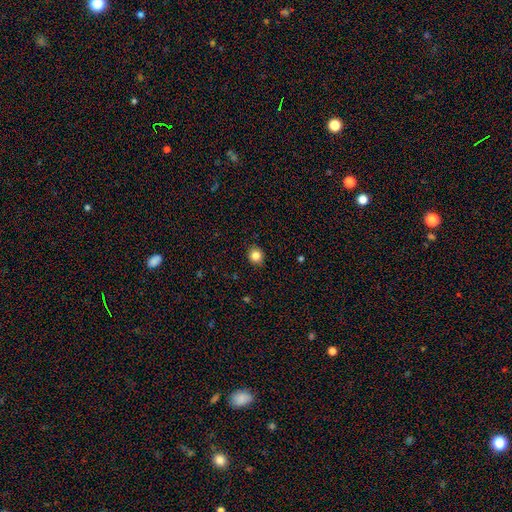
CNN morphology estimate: A smooth galaxy with no disk features (84%) that is round (86%). Merging: none (89%).